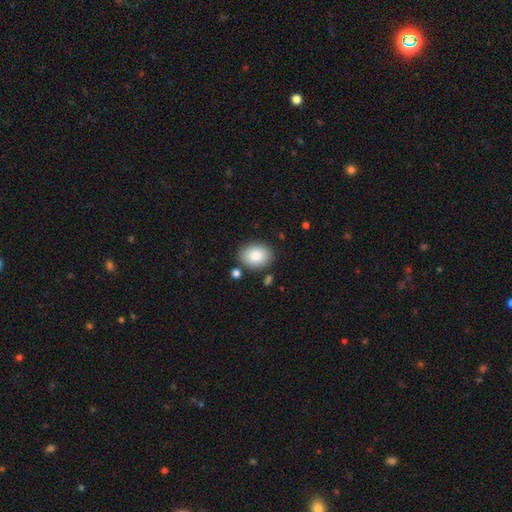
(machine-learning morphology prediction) This is clearly a smooth galaxy (86%). How rounded: likely in between (69%). Merging: clearly none (82%).